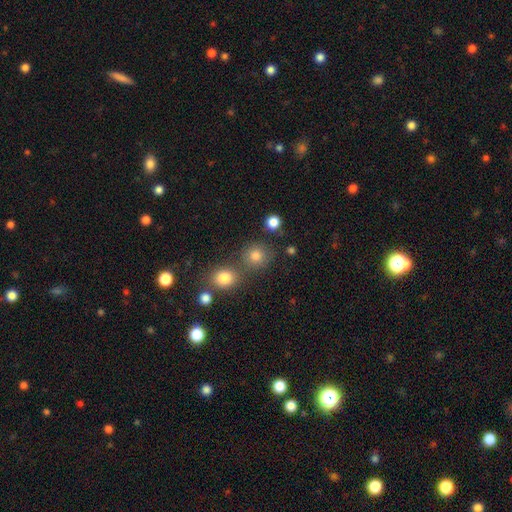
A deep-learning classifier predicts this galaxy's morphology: Smooth or featured? smooth (81%)
How rounded? round (86%)
Merging? none (66%)